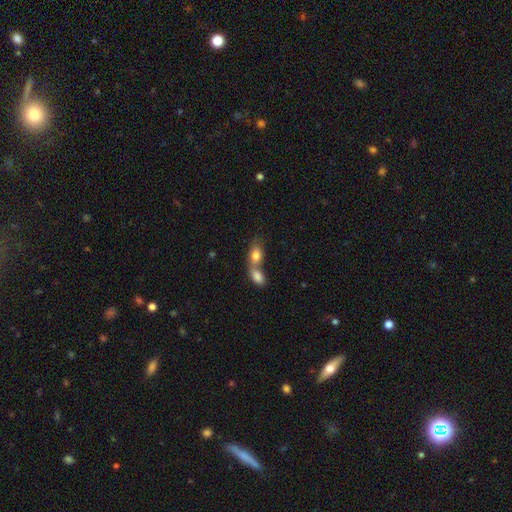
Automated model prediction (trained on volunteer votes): Q: Smooth or featured?
A: smooth (80%); runner-up: featured or disk (12%)
Q: How rounded?
A: in between (83%); runner-up: round (13%)
Q: Merging?
A: merger (69%); runner-up: none (21%)